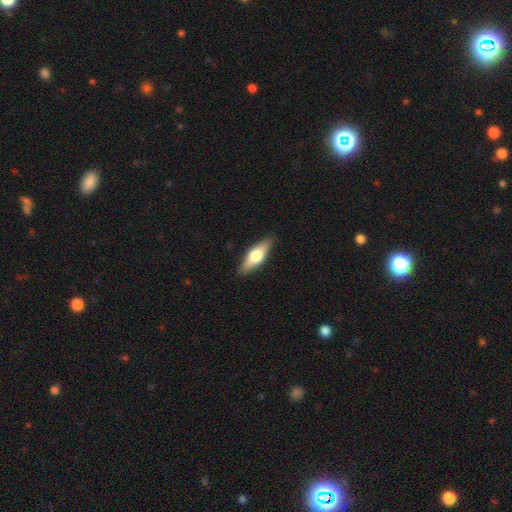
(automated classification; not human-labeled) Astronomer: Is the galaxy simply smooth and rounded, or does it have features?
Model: smooth — 52% (runner-up: featured or disk, 42%).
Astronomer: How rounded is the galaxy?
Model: in between — 59% (runner-up: cigar-shaped, 38%).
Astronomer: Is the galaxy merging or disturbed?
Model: none — 88%.